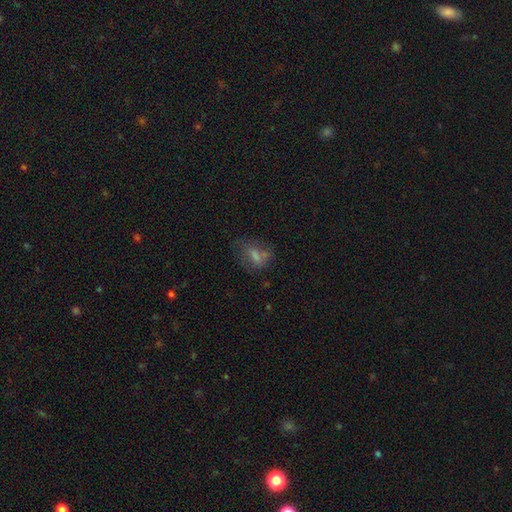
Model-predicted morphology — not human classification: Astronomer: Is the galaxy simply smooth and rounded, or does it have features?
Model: smooth — 62%.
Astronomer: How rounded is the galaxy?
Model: in between — 70%.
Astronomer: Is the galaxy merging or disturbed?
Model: none — 46% (runner-up: minor disturbance, 24%).